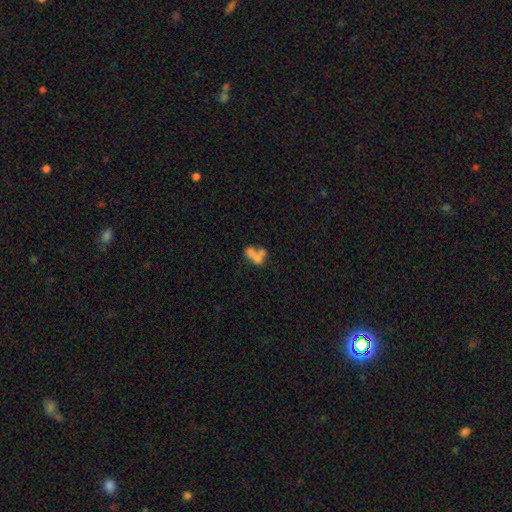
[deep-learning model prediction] Smooth or featured? Predicted: smooth (p=0.51). How rounded? Predicted: in between (p=0.67). Merging? Predicted: merger (p=0.61).